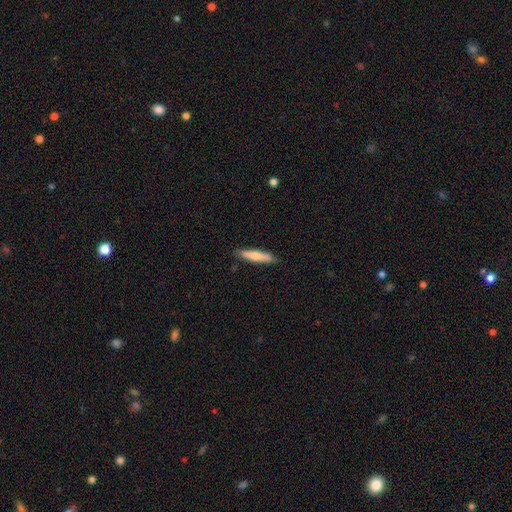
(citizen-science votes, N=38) A smooth galaxy with no disk features (82%) that is cigar-shaped (81%).

Vote fractions:
- Smooth or featured? smooth: 82% / featured or disk: 18% / star or artifact: 0%
- How rounded? cigar-shaped: 81% / in between: 19% / round: 0%
- Merging? none: 87% / minor disturbance: 11% / major disturbance: 3% / merger: 0%